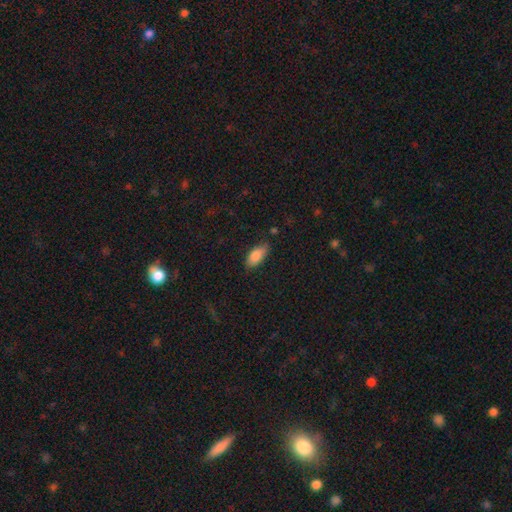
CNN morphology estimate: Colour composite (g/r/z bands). It shows a smooth galaxy with no disk features (84%) that is in between round and cigar-shaped (87%). Merging: none (75%).